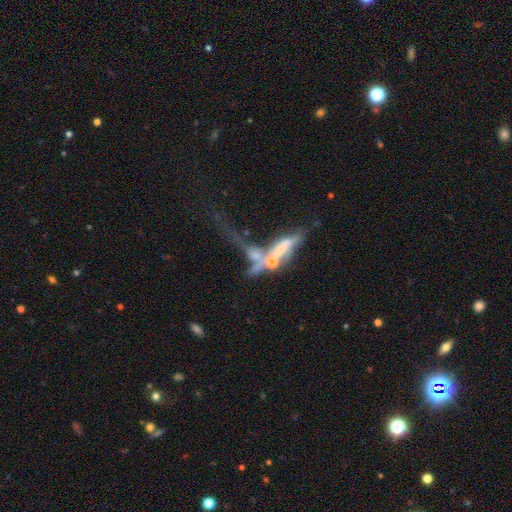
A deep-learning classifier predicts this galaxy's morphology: Smooth or featured? featured or disk (50%)
Merging? merger (55%)